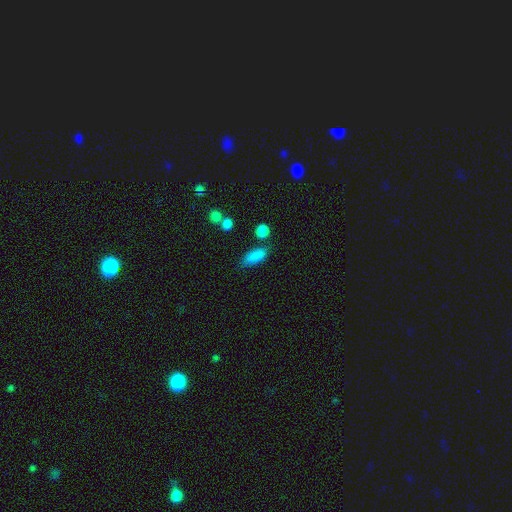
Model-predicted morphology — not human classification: Q: Smooth or featured?
A: smooth (85%); runner-up: star or artifact (9%)
Q: How rounded?
A: in between (75%); runner-up: cigar-shaped (20%)
Q: Merging?
A: none (66%); runner-up: minor disturbance (21%)